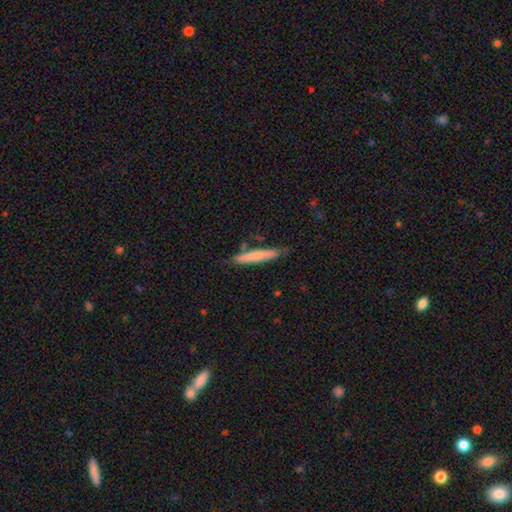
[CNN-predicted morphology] type=smooth (70%); roundness=cigar-shaped (93%); merging=none (77%).